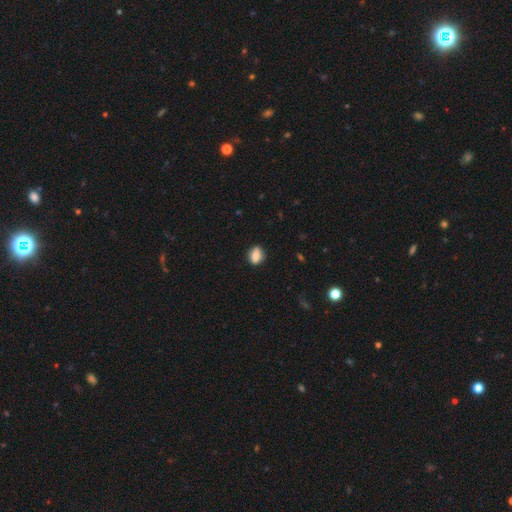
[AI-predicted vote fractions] The model was most divided on "how rounded": in between: 68%, round: 27%, cigar-shaped: 5%. More confident: merging — none (81%); smooth or featured — smooth (81%).